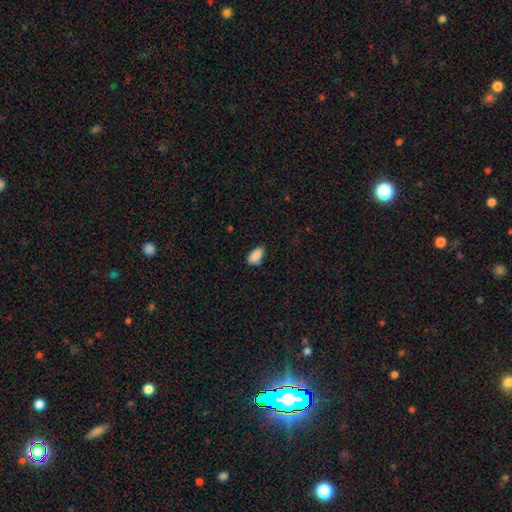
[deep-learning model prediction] This appears to be a smooth galaxy with no disk features (89%) that is in between round and cigar-shaped (93%). Merging: none (70%).